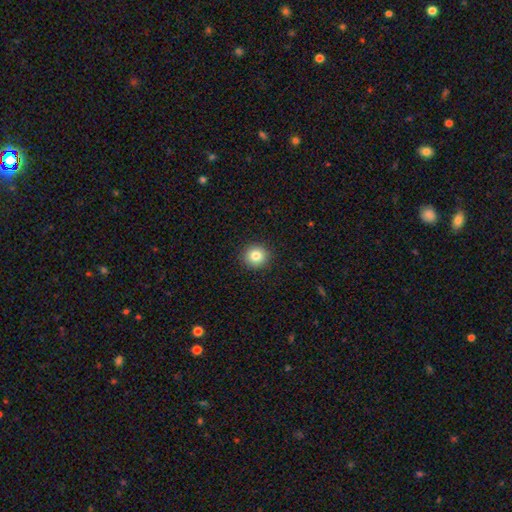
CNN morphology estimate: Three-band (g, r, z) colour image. It shows a smooth galaxy with no disk features (83%) that is round (92%). Merging: none (92%).